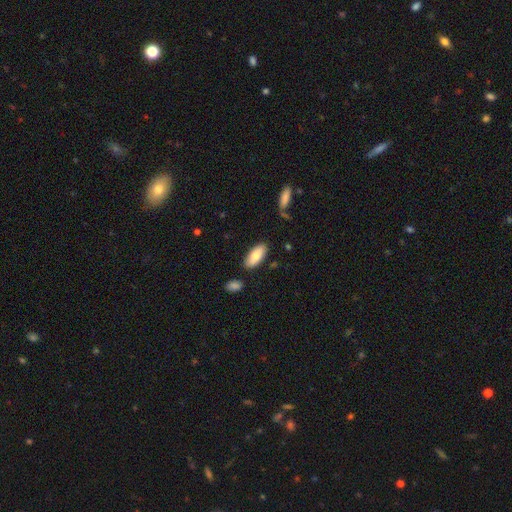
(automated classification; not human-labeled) Morphology: type=smooth (79%); roundness=in between (85%); merging=none (85%).